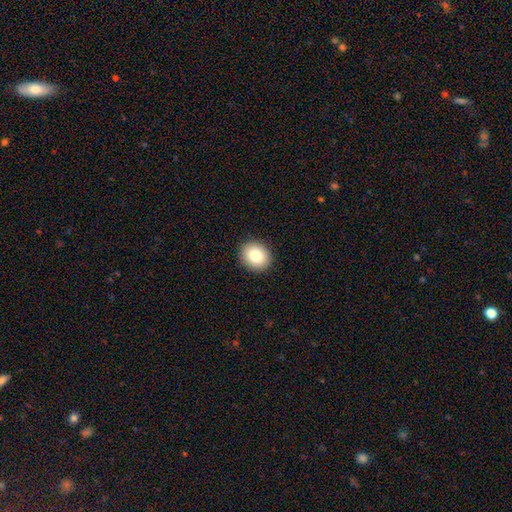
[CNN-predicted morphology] A smooth galaxy with no disk features (84%) that is round (60%). Merging: none (91%).